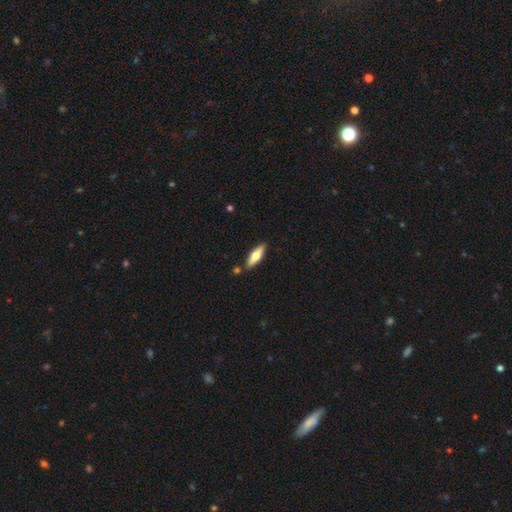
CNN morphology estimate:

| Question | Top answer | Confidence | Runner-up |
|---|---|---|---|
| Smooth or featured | smooth | 57% | featured or disk (37%) |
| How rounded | cigar-shaped | 56% | in between (42%) |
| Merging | none | 85% | minor disturbance (9%) |